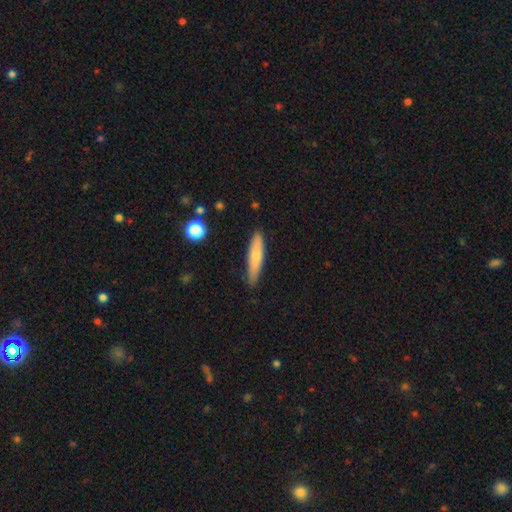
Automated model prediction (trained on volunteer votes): A smooth galaxy with no disk features (68%) that is cigar-shaped (83%).

Vote fractions:
- Smooth or featured? smooth: 68% / featured or disk: 26% / star or artifact: 6%
- How rounded? cigar-shaped: 83% / in between: 15% / round: 2%
- Merging? none: 85% / minor disturbance: 12% / major disturbance: 2% / merger: 1%